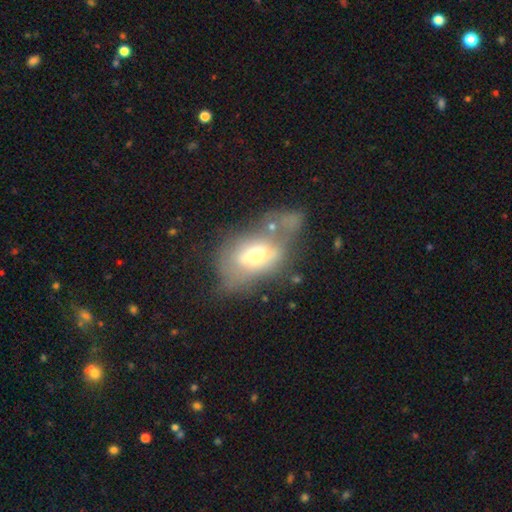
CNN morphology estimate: type=smooth (48%); merging=major disturbance (32%).